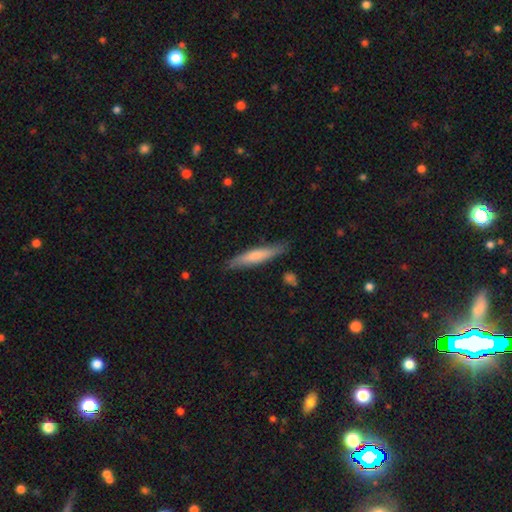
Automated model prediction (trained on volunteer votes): Morphology: type=smooth (66%); roundness=cigar-shaped (88%); merging=none (81%).